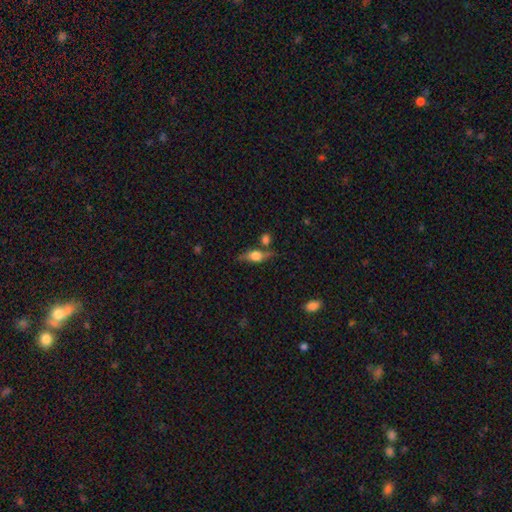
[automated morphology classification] Overall: featured or disk (49%; smooth 42%). Merging: none (66%).